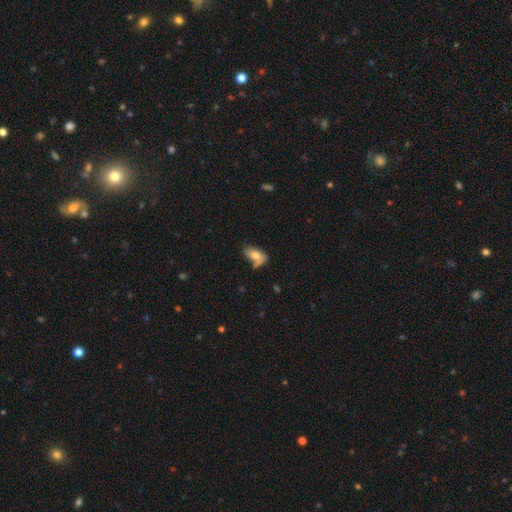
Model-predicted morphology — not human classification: smooth-or-featured: smooth: 66% | featured or disk: 25% | star or artifact: 9%
  how-rounded: in between: 88% | round: 8% | cigar-shaped: 4%
  merging: none: 38% | minor disturbance: 28% | major disturbance: 19% | merger: 16%